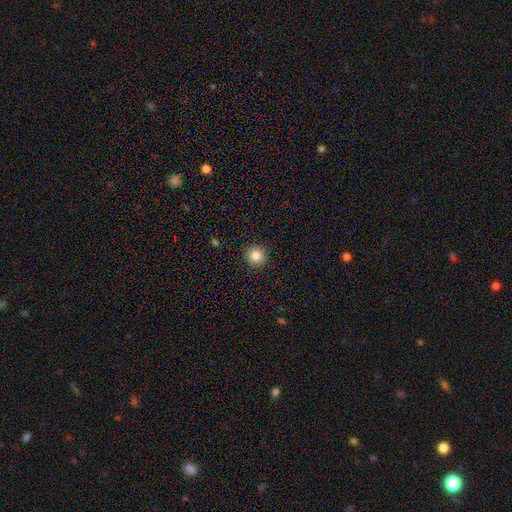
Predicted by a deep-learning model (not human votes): This appears to be a smooth galaxy with no disk features (84%) that is round (95%). Merging: none (92%).